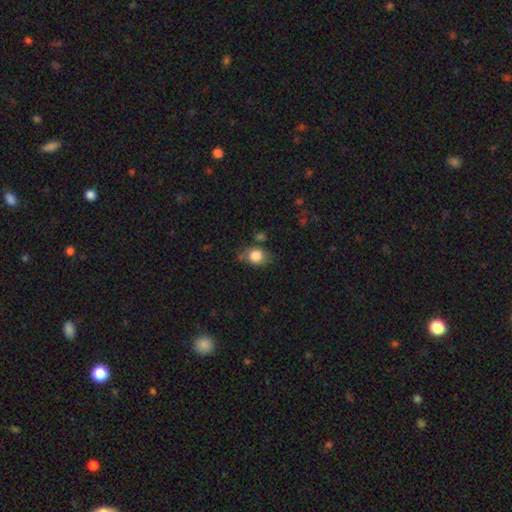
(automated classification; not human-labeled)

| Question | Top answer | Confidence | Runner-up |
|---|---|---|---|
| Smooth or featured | smooth | 83% | star or artifact (9%) |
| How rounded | round | 55% | in between (44%) |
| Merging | none | 66% | minor disturbance (21%) |